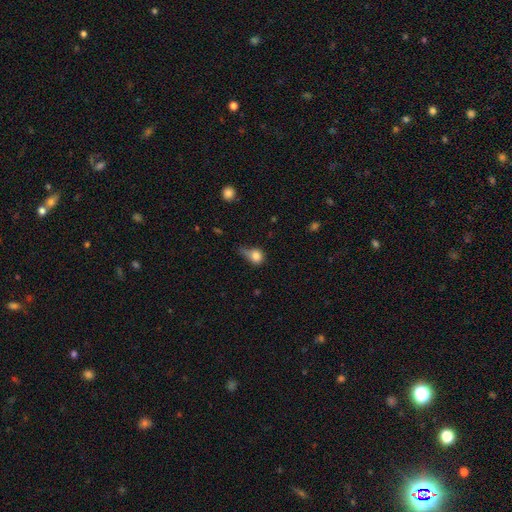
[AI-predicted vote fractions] The model was most divided on "merging": minor disturbance: 39%, none: 30%, major disturbance: 24%, merger: 6%. More confident: smooth or featured — smooth (79%); how rounded — round (64%).